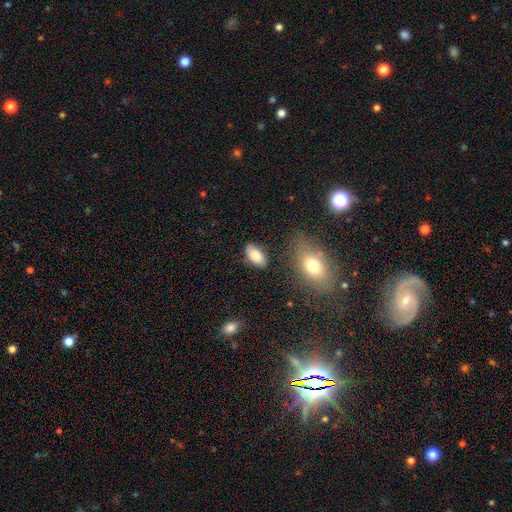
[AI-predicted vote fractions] Smooth or featured? smooth (81%)
How rounded? in between (93%)
Merging? none (80%)